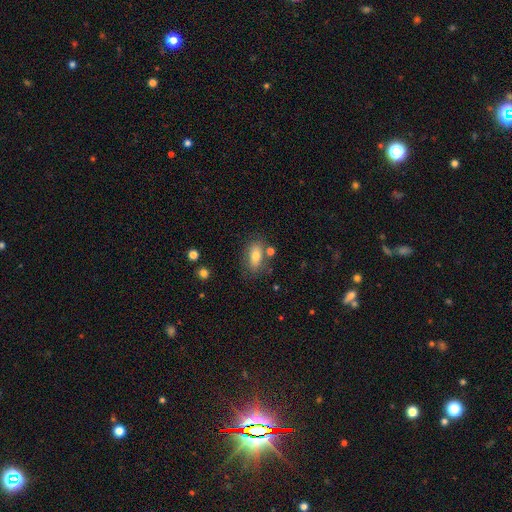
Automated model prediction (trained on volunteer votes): Smooth or featured? smooth (73%)
How rounded? in between (84%)
Merging? none (71%)